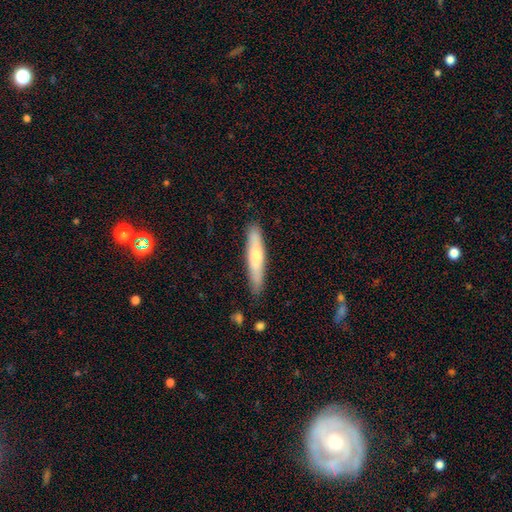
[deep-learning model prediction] smooth 62%, featured or disk 32%, star or artifact 6%. Down the decision tree: how rounded — cigar-shaped (88%); merging — none (84%).